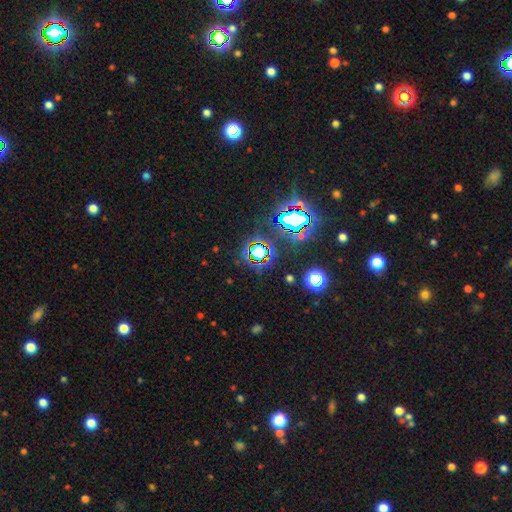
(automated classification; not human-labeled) A star or artifact, not a galaxy (71%).

Vote fractions:
- Smooth or featured? star or artifact: 71% / smooth: 17% / featured or disk: 12%